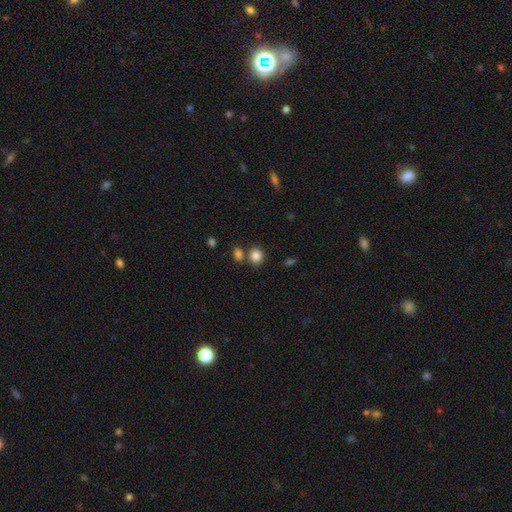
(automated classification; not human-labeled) Smooth or featured? smooth (84%)
How rounded? round (70%)
Merging? none (64%)